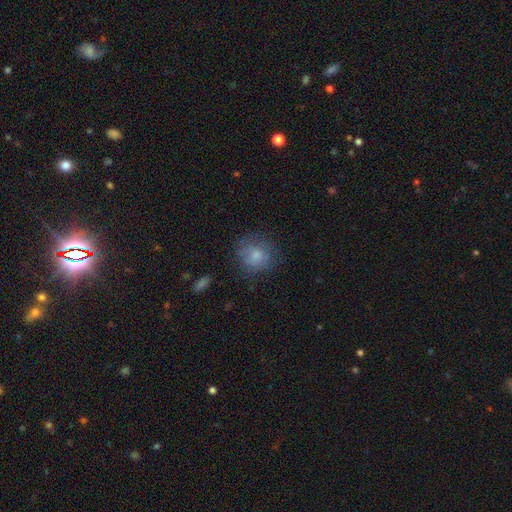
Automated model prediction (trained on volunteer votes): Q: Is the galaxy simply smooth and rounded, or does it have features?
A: smooth — 75%.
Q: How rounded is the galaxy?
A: round — 82%.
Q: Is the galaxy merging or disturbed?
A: none — 69%.